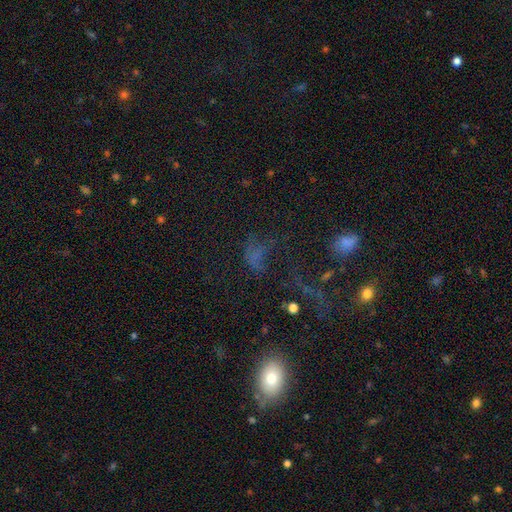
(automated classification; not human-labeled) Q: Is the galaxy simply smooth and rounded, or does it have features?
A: star or artifact — 44%.